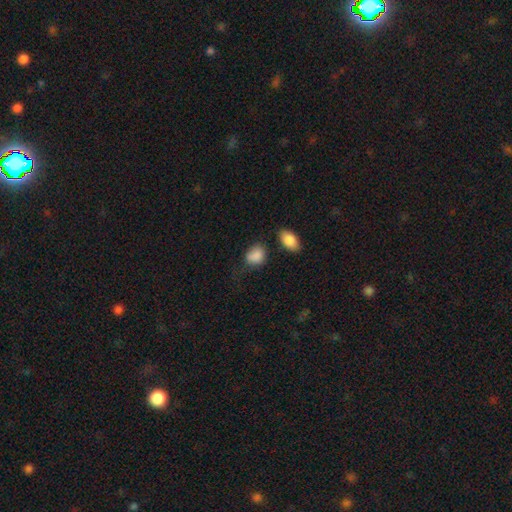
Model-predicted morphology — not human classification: Overall: smooth (87%). How rounded: in between (59%; round 40%). Merging: none (57%; minor disturbance 27%).